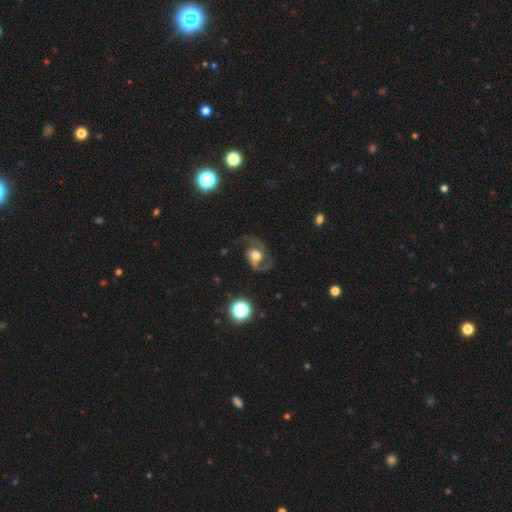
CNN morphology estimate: Smooth or featured: featured or disk — 78% (smooth — 14%)
Edge-on disk: no — 97% (yes — 3%)
Bar: no — 63% (weak — 29%)
Spiral arms: yes — 93% (no — 7%)
Spiral winding: medium — 52% (loose — 34%)
Spiral arm count: 2 — 83% (1 — 9%)
Bulge size: moderate — 61% (large — 26%)
Merging: none — 62% (major disturbance — 20%)